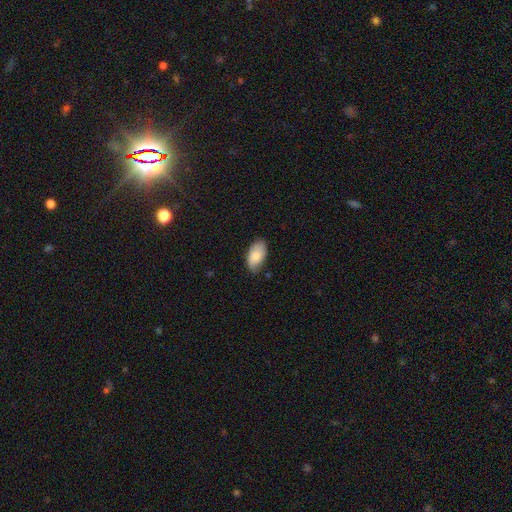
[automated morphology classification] Smooth or featured? Predicted: smooth (p=0.84). How rounded? Predicted: in between (p=0.95). Merging? Predicted: none (p=0.76).